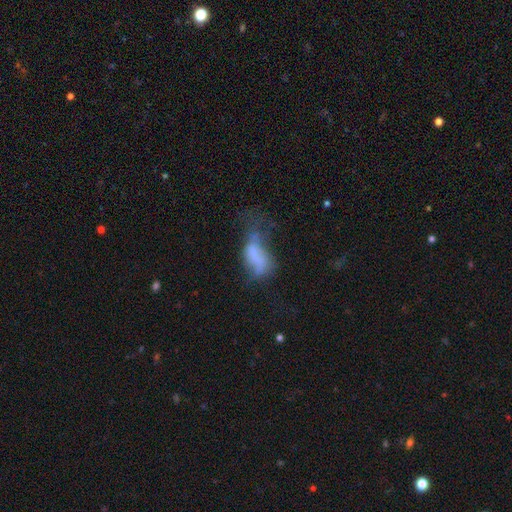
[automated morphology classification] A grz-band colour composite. It shows a smooth galaxy with no disk features (52%) that is in between round and cigar-shaped (84%). Merging: major disturbance (47%).